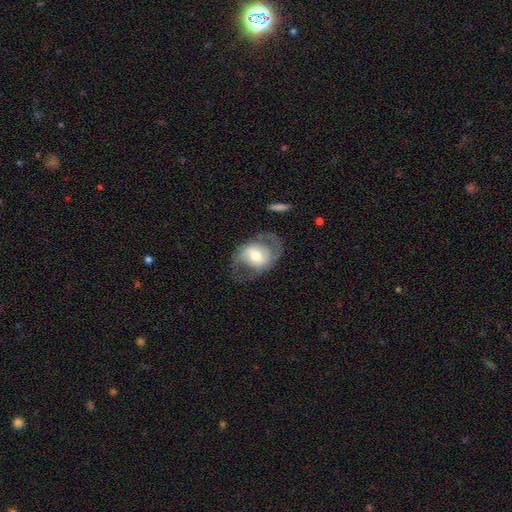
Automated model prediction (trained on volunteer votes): A featured or disk galaxy (69%) with a weak bar (41%), spiral arms (75%) and a moderate central bulge (63%). Merging: none (66%).